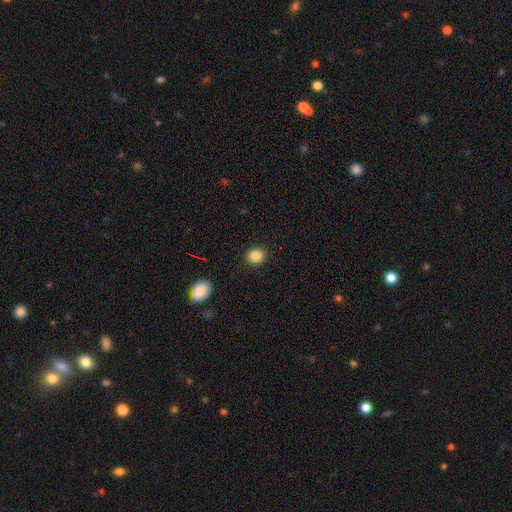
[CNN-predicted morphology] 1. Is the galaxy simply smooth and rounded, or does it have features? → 86% smooth, 10% star or artifact, 4% featured or disk.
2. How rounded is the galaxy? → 73% round, 26% in between, 1% cigar-shaped.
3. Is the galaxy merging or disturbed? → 89% none, 7% minor disturbance, 2% major disturbance, 1% merger.